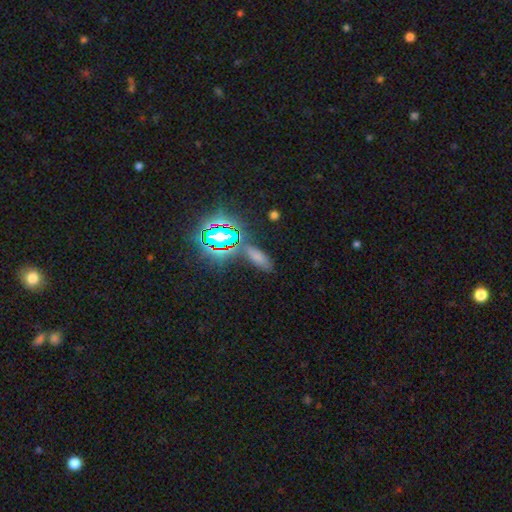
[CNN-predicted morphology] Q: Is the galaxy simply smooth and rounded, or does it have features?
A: smooth — 60%.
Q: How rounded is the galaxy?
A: in between — 59%.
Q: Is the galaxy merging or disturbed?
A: none — 75%.